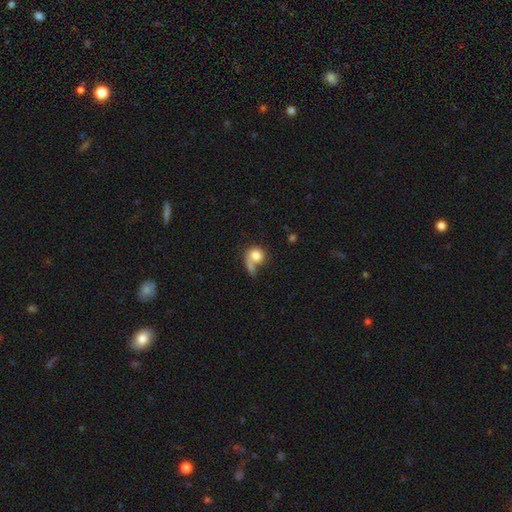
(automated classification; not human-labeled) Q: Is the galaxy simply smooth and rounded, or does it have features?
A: smooth — 72%.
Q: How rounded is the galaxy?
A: round — 72%.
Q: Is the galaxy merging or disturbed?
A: none — 30%.